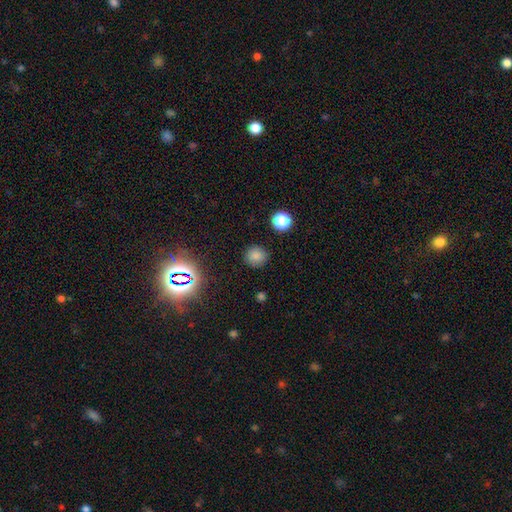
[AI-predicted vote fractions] This is likely a smooth galaxy (78%). How rounded: clearly round (92%). Merging: clearly none (88%).